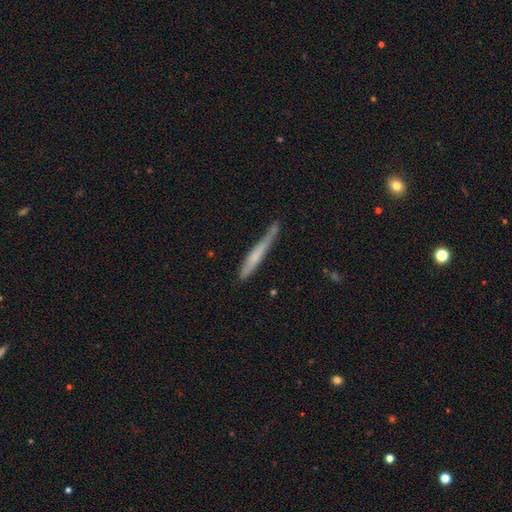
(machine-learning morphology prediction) This is possibly a smooth galaxy (55%). How rounded: clearly cigar-shaped (96%). Merging: likely none (61%).